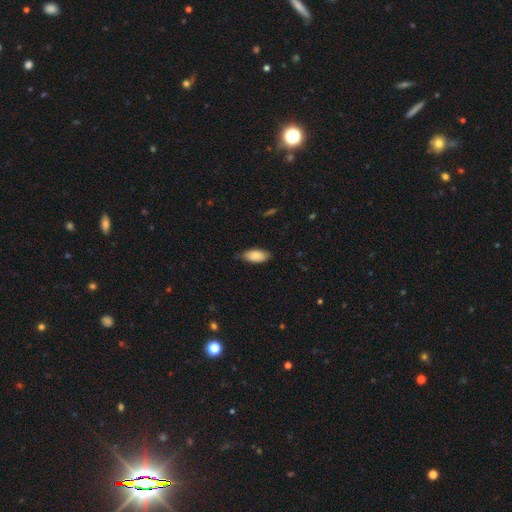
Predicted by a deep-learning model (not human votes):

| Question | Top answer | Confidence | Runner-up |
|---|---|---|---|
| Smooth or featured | smooth | 85% | featured or disk (9%) |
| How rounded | in between | 91% | cigar-shaped (7%) |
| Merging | none | 73% | minor disturbance (23%) |